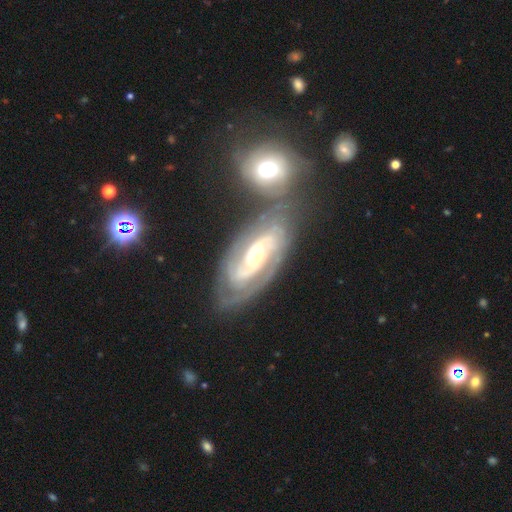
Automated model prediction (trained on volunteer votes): featured or disk 89%, smooth 6%, star or artifact 5%. Down the decision tree: edge-on disk — no (95%); bar — no (44%); spiral arms — yes (97%); spiral arm count — 2 (72%); spiral winding — tight (51%); bulge size — moderate (49%); merging — none (56%).